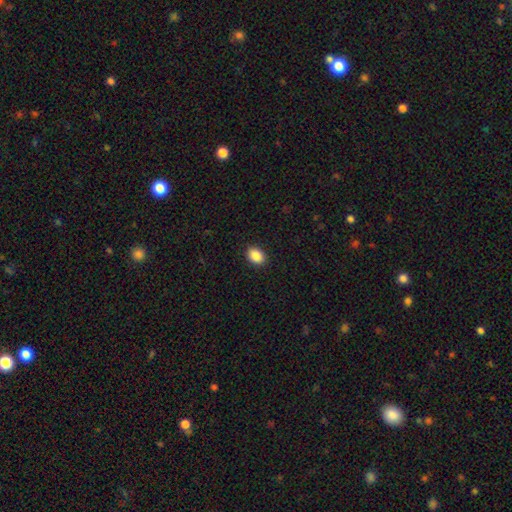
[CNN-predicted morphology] The model was most divided on "how rounded": in between: 75%, round: 24%, cigar-shaped: 1%. More confident: merging — none (90%); smooth or featured — smooth (89%).